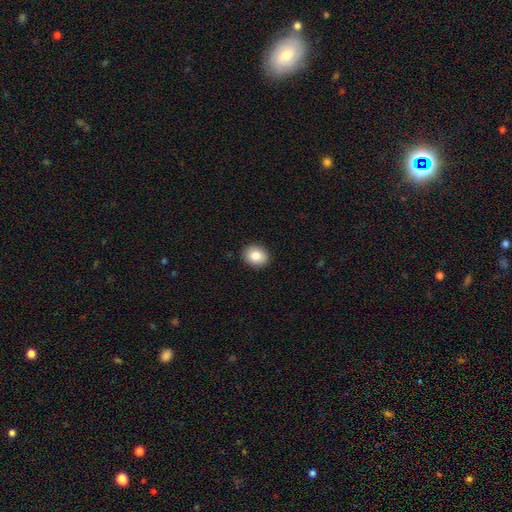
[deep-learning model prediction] This is clearly a smooth galaxy (85%). How rounded: possibly round (52%). Merging: clearly none (91%).